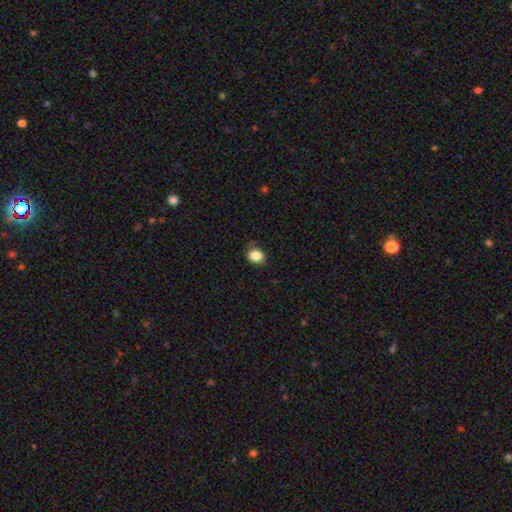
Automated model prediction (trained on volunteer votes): Smooth or featured? smooth (85%)
How rounded? in between (52%)
Merging? none (79%)